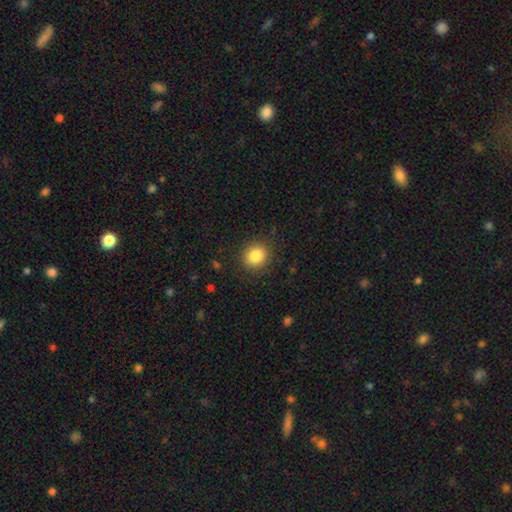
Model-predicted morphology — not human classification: smooth_or_featured: smooth (p=0.84) [alt: star or artifact p=0.10]
how_rounded: round (p=0.78) [alt: in between p=0.21]
merging: none (p=0.88) [alt: minor disturbance p=0.08]